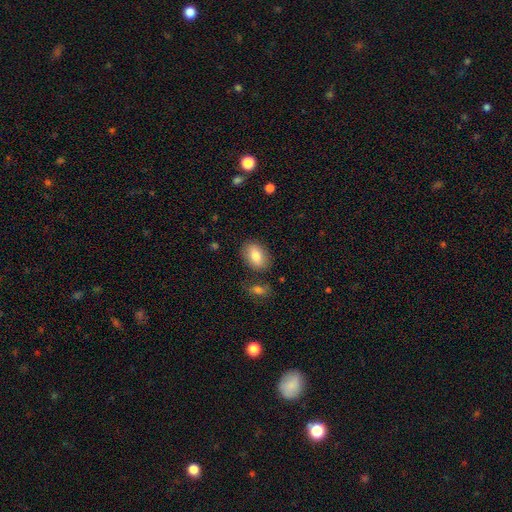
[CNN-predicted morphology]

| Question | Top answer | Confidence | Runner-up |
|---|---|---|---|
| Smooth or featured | smooth | 79% | featured or disk (14%) |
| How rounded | in between | 85% | round (14%) |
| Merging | none | 80% | minor disturbance (12%) |